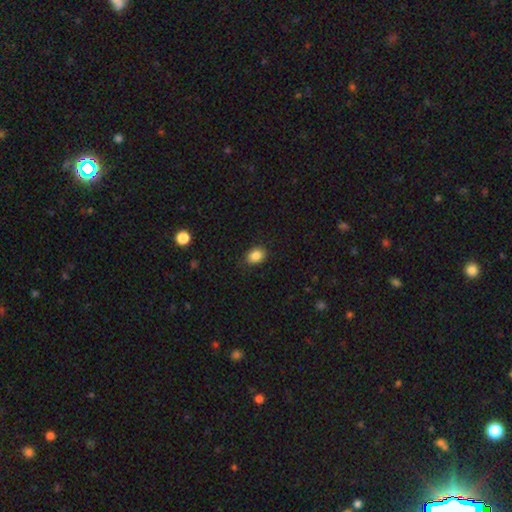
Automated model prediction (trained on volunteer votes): Smooth or featured? smooth (86%)
How rounded? in between (71%)
Merging? none (85%)